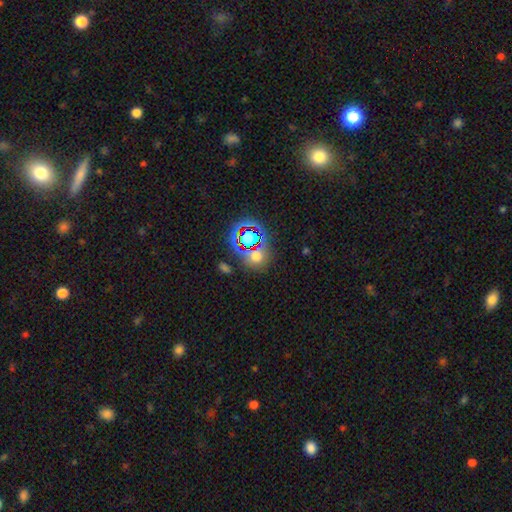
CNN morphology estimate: Smooth or featured? Predicted: smooth (p=0.53). How rounded? Predicted: round (p=0.78). Merging? Predicted: none (p=0.67).